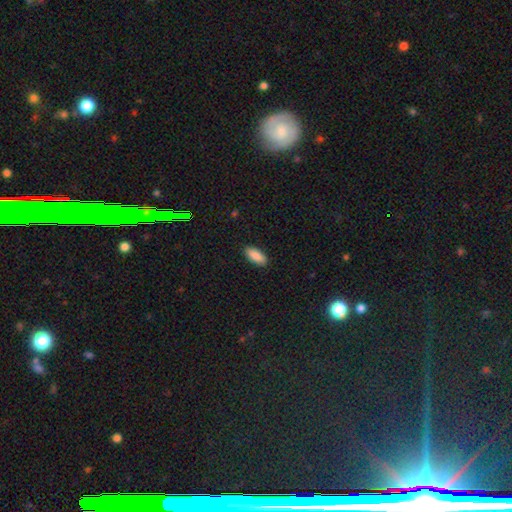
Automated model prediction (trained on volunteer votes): Overall: smooth (90%). How rounded: in between (83%). Merging: none (89%).